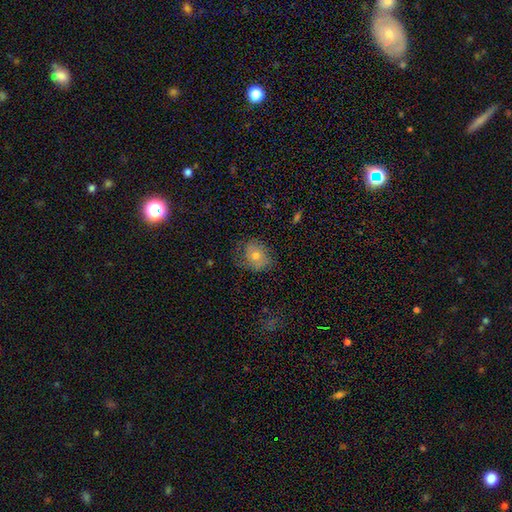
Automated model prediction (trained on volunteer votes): smooth 60%, featured or disk 29%, star or artifact 12%. Down the decision tree: how rounded — round (61%); merging — none (62%).